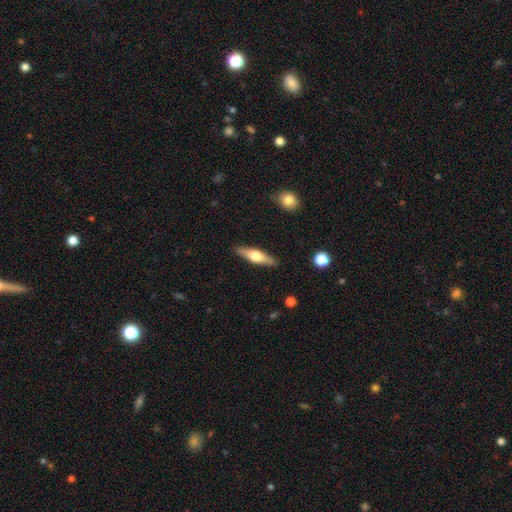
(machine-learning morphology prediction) smooth-or-featured: featured or disk: 56% | smooth: 38% | star or artifact: 5%
  disk-edge-on: yes: 95% | no: 5%
    edge-on-bulge: rounded: 92% | boxy: 6% | none: 2%
  merging: none: 89% | minor disturbance: 8% | major disturbance: 2% | merger: 1%